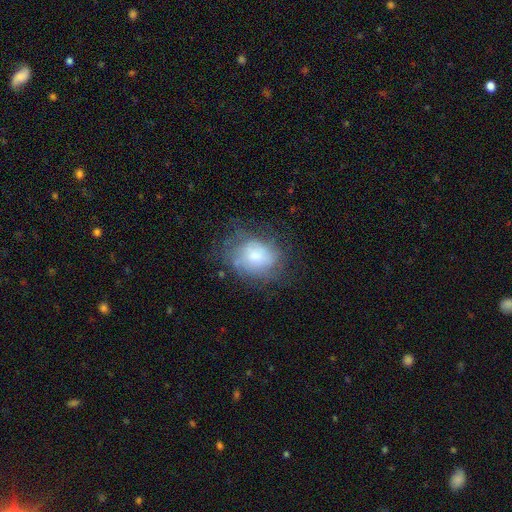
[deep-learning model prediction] This is possibly a smooth galaxy (52%). How rounded: possibly in between (55%). Merging: possibly none (52%).